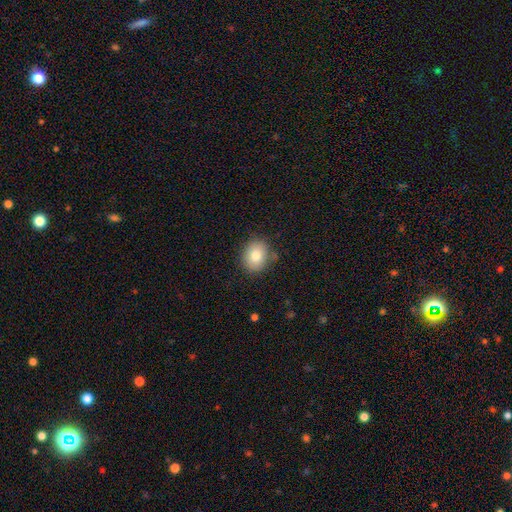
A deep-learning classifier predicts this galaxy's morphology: smooth_or_featured: smooth (p=0.80) [alt: featured or disk p=0.10]
how_rounded: round (p=0.62) [alt: in between p=0.37]
merging: none (p=0.83) [alt: minor disturbance p=0.12]